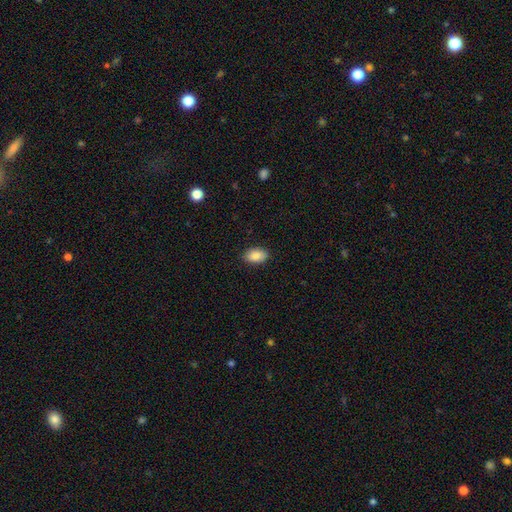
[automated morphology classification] Smooth or featured? smooth (86%)
How rounded? in between (90%)
Merging? none (88%)